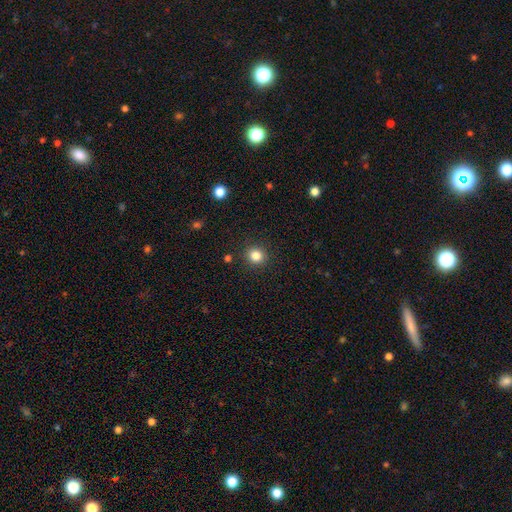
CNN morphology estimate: Overall: smooth (83%). How rounded: round (90%). Merging: none (91%).